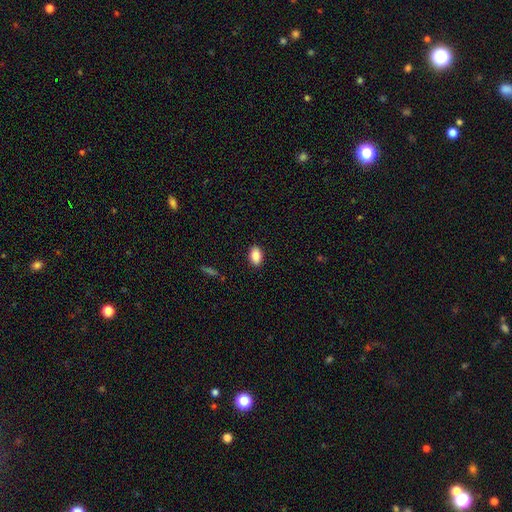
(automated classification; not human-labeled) This is clearly a smooth galaxy (89%). How rounded: clearly in between (91%). Merging: clearly none (88%).